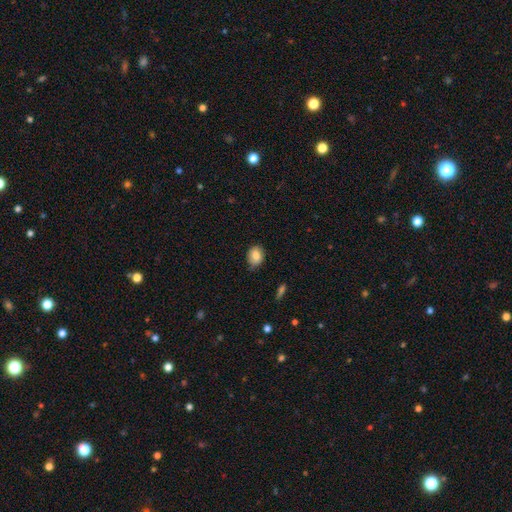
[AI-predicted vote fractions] Smooth or featured?
  - smooth: 80% *
  - featured or disk: 12%
  - star or artifact: 8%
How rounded?
  - in between: 56% *
  - round: 43%
  - cigar-shaped: 1%
Merging?
  - none: 75% *
  - minor disturbance: 21%
  - major disturbance: 3%
  - merger: 1%